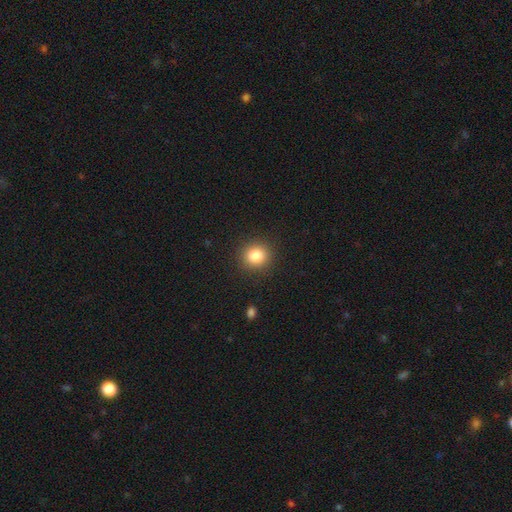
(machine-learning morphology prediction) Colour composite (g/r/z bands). It shows a smooth galaxy with no disk features (84%) that is round (87%). Merging: none (90%).